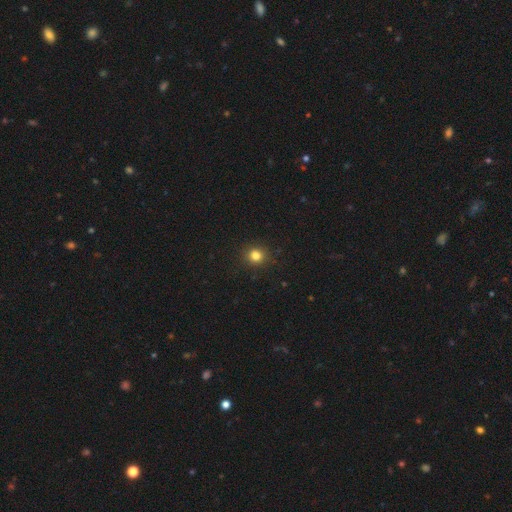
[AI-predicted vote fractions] Q: Smooth or featured?
A: smooth (81%); runner-up: star or artifact (14%)
Q: How rounded?
A: round (88%); runner-up: in between (11%)
Q: Merging?
A: none (91%); runner-up: minor disturbance (6%)